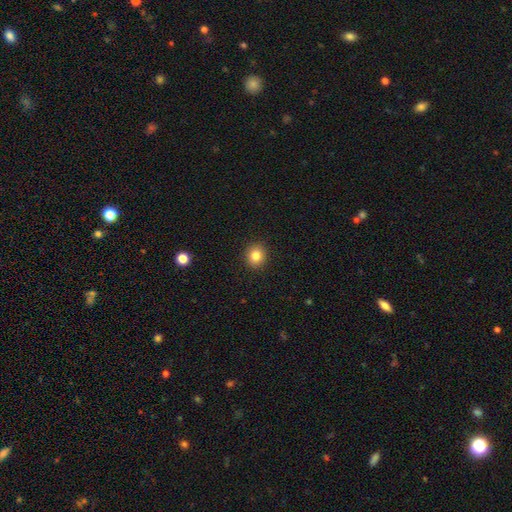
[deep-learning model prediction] The model was most divided on "how rounded": round: 83%, in between: 16%, cigar-shaped: 1%. More confident: merging — none (92%); smooth or featured — smooth (84%).